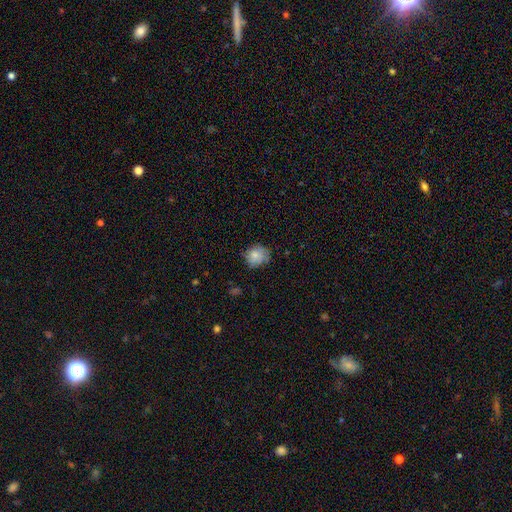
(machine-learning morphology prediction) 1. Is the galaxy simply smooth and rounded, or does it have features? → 78% smooth, 13% featured or disk, 8% star or artifact.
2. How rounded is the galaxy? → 68% round, 31% in between, 1% cigar-shaped.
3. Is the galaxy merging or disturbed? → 66% none, 27% minor disturbance, 6% major disturbance, 1% merger.